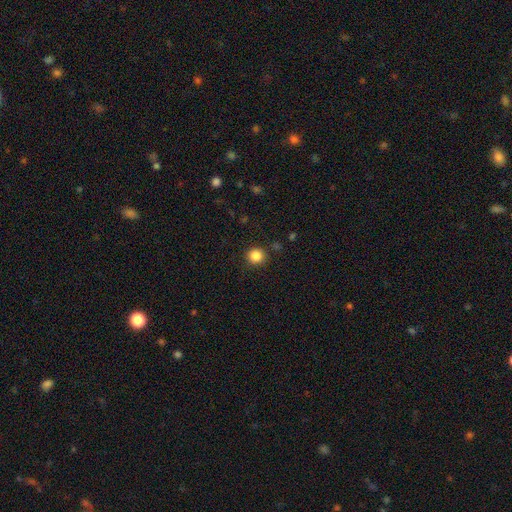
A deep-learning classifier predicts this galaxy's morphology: A smooth galaxy with no disk features (85%) that is round (93%).

Vote fractions:
- Smooth or featured? smooth: 85% / star or artifact: 11% / featured or disk: 3%
- How rounded? round: 93% / in between: 6% / cigar-shaped: 1%
- Merging? none: 89% / minor disturbance: 7% / major disturbance: 2% / merger: 2%